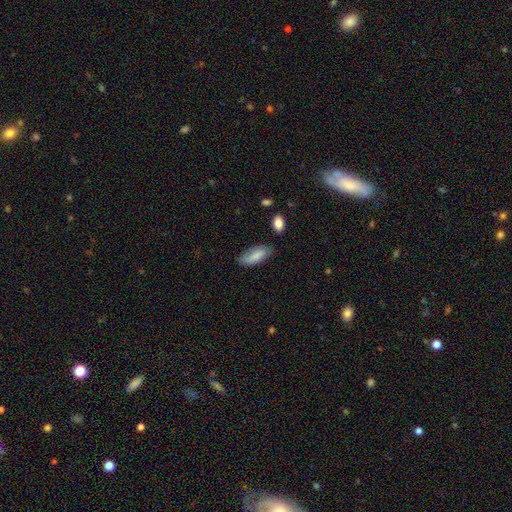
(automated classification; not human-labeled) This appears to be a smooth galaxy with no disk features (83%) that is in between round and cigar-shaped (80%). Merging: none (76%).